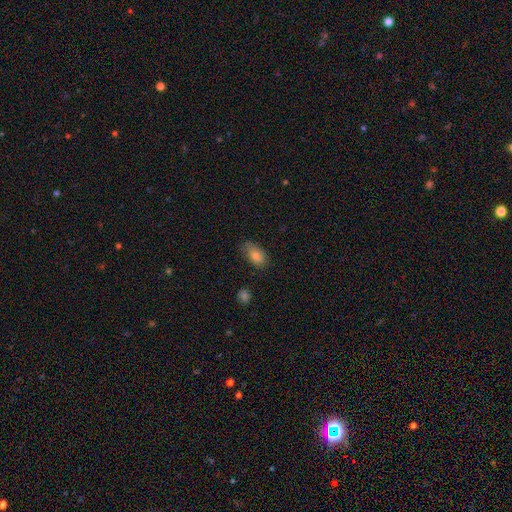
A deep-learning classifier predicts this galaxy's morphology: Smooth or featured: smooth — 81% (featured or disk — 10%)
How rounded: in between — 90% (round — 6%)
Merging: none — 71% (minor disturbance — 23%)